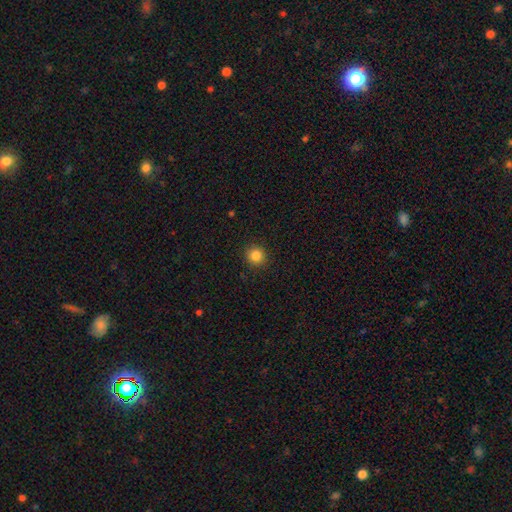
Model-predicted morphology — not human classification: smooth 84%, star or artifact 11%, featured or disk 4%. Down the decision tree: how rounded — round (92%); merging — none (92%).